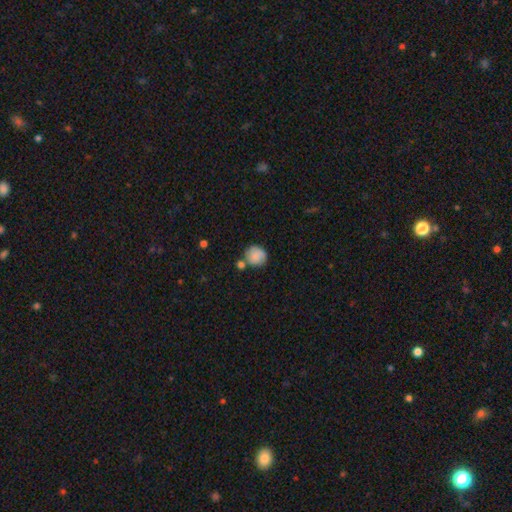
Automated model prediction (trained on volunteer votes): smooth_or_featured: smooth (p=0.80) [alt: featured or disk p=0.12]
how_rounded: round (p=0.85) [alt: in between p=0.14]
merging: none (p=0.60) [alt: merger p=0.19]